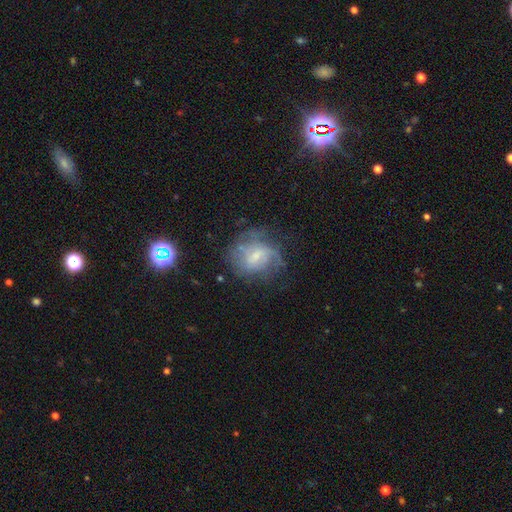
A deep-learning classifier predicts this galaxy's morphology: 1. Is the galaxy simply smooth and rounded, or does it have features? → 61% featured or disk, 25% smooth, 15% star or artifact.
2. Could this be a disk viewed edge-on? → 97% no, 3% yes.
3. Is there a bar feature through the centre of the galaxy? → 48% weak, 41% no, 10% strong.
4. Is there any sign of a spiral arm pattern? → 74% yes, 26% no.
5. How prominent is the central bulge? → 52% small, 30% moderate, 14% none, 3% large, 1% dominant.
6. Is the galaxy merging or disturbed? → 55% none, 23% minor disturbance, 20% major disturbance, 2% merger.